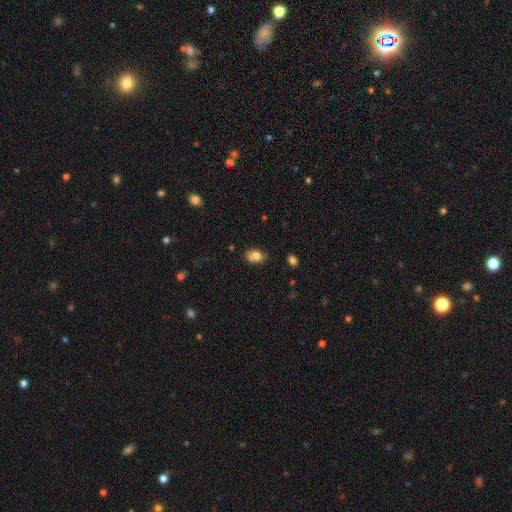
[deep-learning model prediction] A smooth galaxy with no disk features (78%) that is in between round and cigar-shaped (74%).

Vote fractions:
- Smooth or featured? smooth: 78% / featured or disk: 12% / star or artifact: 9%
- How rounded? in between: 74% / round: 24% / cigar-shaped: 1%
- Merging? none: 64% / minor disturbance: 25% / major disturbance: 6% / merger: 5%